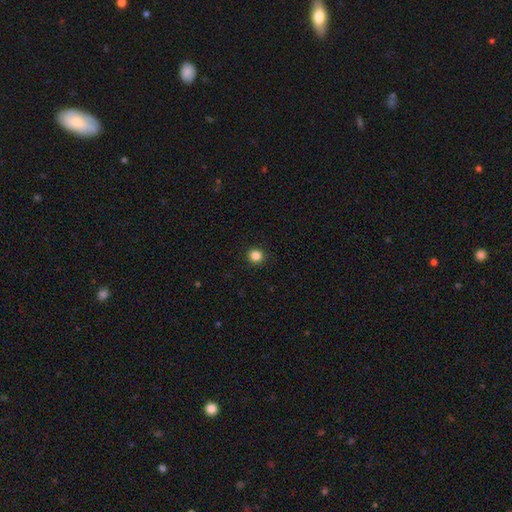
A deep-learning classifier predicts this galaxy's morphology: type=smooth (85%); roundness=round (94%); merging=none (93%).